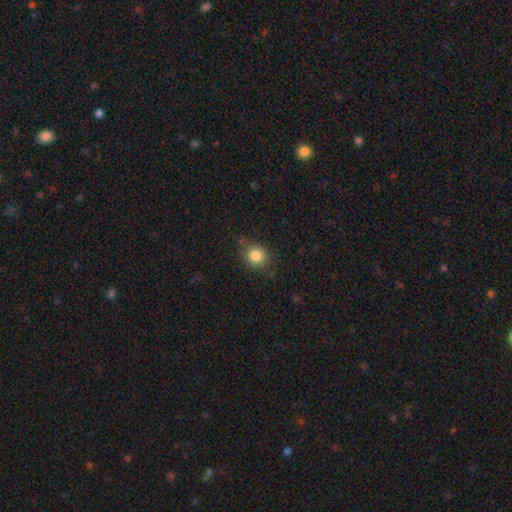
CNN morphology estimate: This appears to be a smooth galaxy with no disk features (84%) that is round (82%). Merging: none (81%).